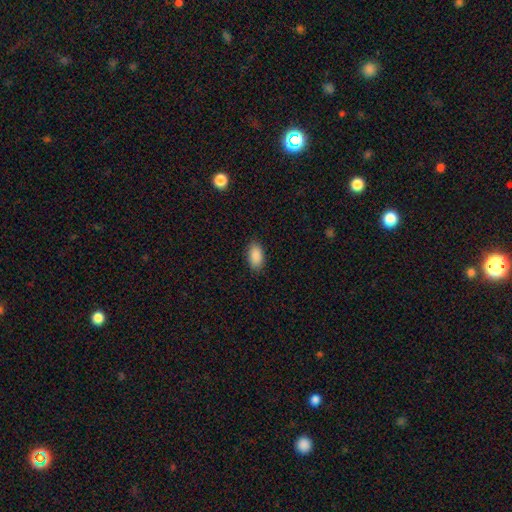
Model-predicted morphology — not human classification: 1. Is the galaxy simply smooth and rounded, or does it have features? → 89% smooth, 7% star or artifact, 4% featured or disk.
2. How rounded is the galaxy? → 93% in between, 4% round, 3% cigar-shaped.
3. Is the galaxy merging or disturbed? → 87% none, 10% minor disturbance, 2% major disturbance, 1% merger.